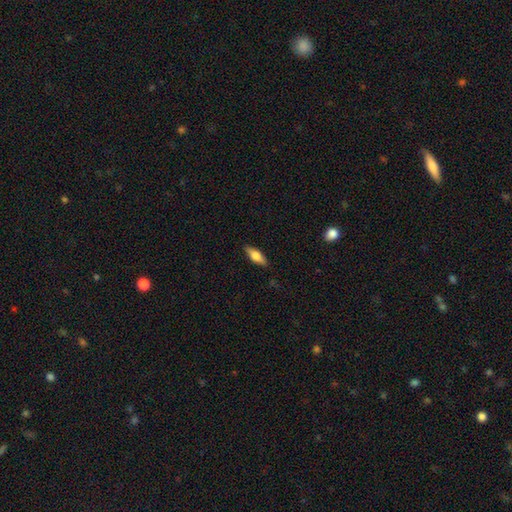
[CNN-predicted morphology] Smooth or featured?
  - smooth: 65% *
  - featured or disk: 28%
  - star or artifact: 6%
How rounded?
  - in between: 64% *
  - cigar-shaped: 33%
  - round: 3%
Merging?
  - none: 87% *
  - minor disturbance: 10%
  - major disturbance: 2%
  - merger: 1%